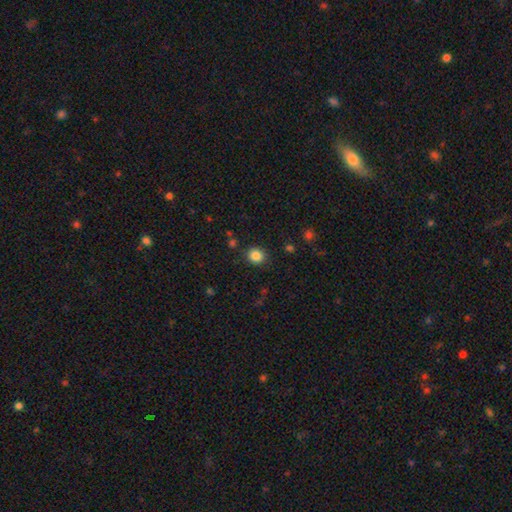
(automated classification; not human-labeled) Overall: smooth (85%). How rounded: round (78%). Merging: none (87%).